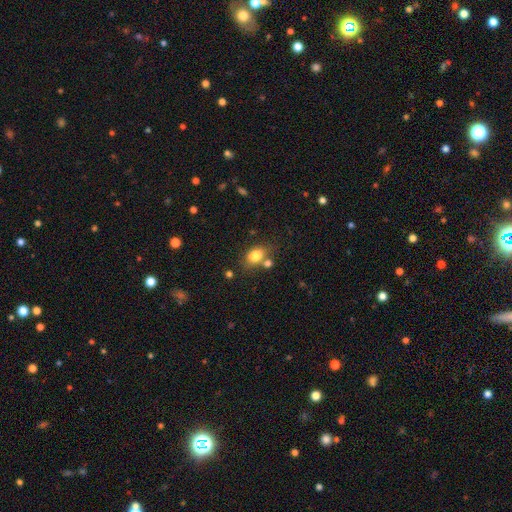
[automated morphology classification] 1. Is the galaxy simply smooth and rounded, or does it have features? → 80% smooth, 10% featured or disk, 10% star or artifact.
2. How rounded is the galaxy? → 73% in between, 25% round, 1% cigar-shaped.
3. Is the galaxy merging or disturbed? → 60% none, 19% merger, 16% minor disturbance, 5% major disturbance.